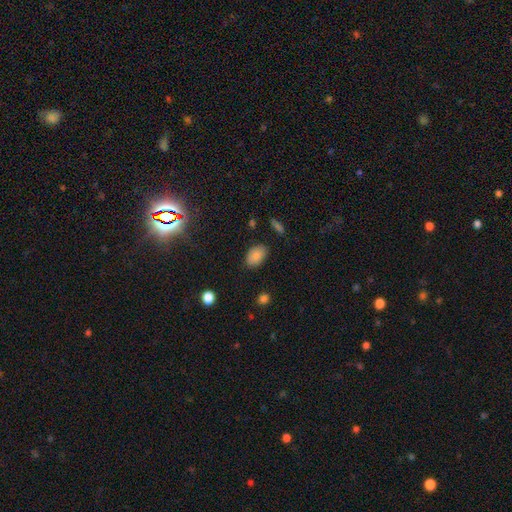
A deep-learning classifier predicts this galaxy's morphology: type=smooth (85%); roundness=in between (90%); merging=none (84%).